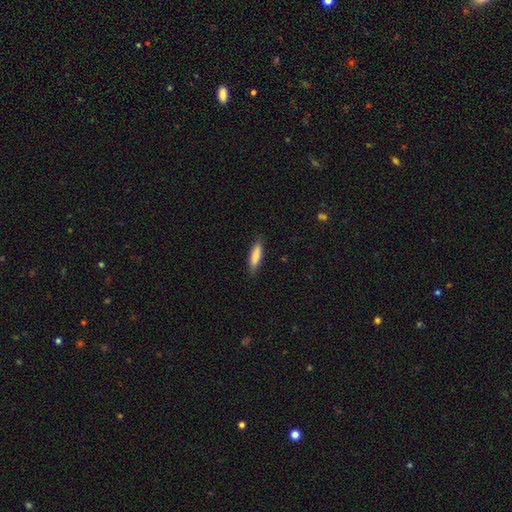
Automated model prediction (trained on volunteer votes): This is clearly a smooth galaxy (83%). How rounded: likely cigar-shaped (72%). Merging: clearly none (86%).